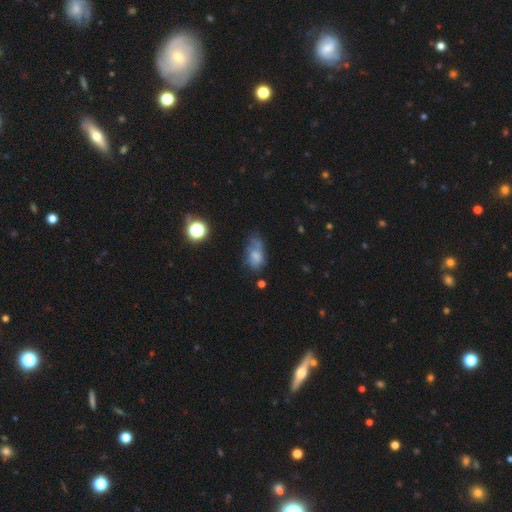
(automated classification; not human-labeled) Smooth or featured? Predicted: smooth (p=0.58). How rounded? Predicted: in between (p=0.86). Merging? Predicted: none (p=0.38).